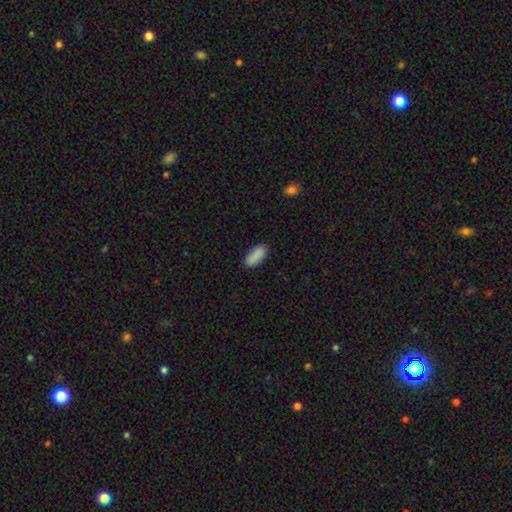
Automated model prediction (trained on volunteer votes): This appears to be a smooth galaxy with no disk features (89%) that is in between round and cigar-shaped (82%). Merging: none (86%).